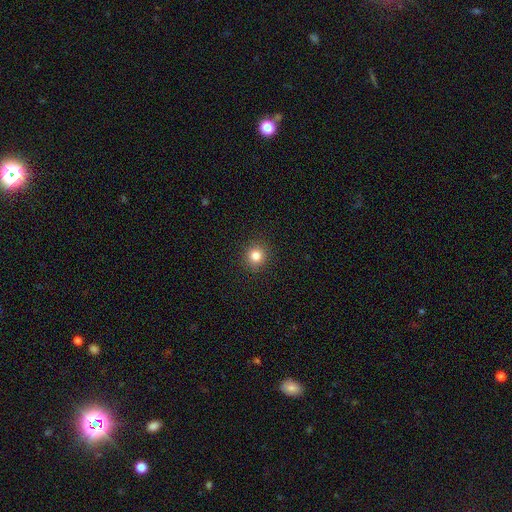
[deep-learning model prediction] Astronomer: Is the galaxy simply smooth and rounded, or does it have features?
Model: smooth — 83%.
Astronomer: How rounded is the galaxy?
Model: round — 92%.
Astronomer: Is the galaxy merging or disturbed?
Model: none — 92%.